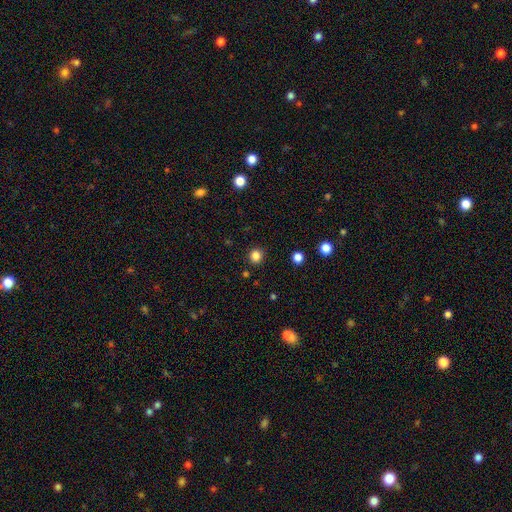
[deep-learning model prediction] smooth 83%, star or artifact 13%, featured or disk 4%. Down the decision tree: how rounded — round (89%); merging — none (91%).